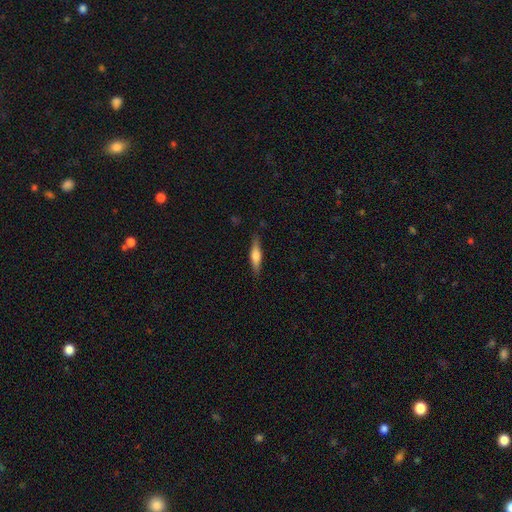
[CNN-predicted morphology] smooth-or-featured: smooth: 50% | featured or disk: 44% | star or artifact: 6%
  how-rounded: cigar-shaped: 76% | in between: 22% | round: 2%
  merging: none: 86% | minor disturbance: 11% | major disturbance: 2% | merger: 1%